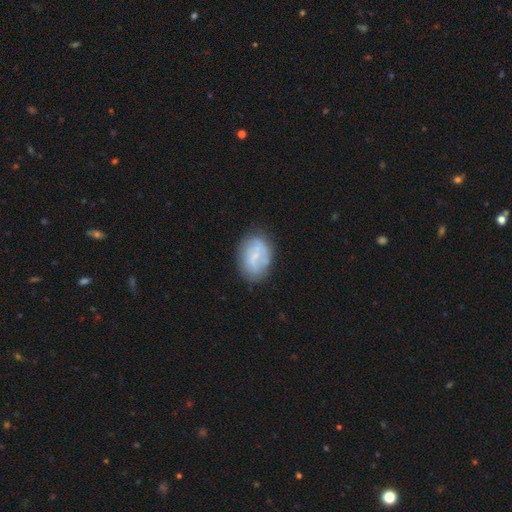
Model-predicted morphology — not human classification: Q: Smooth or featured?
A: smooth (47%); runner-up: featured or disk (46%)
Q: Merging?
A: none (67%); runner-up: minor disturbance (22%)